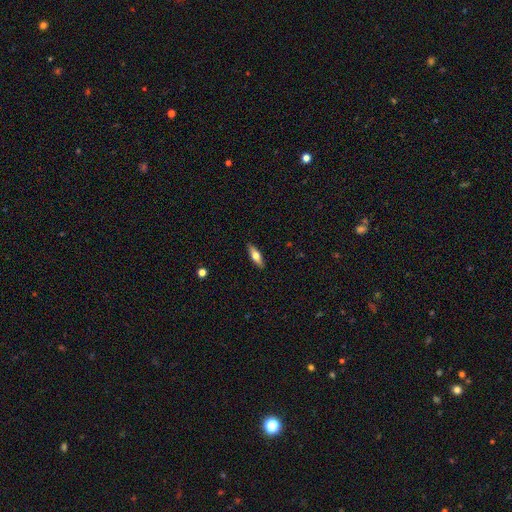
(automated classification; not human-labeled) smooth_or_featured: smooth (p=0.53) [alt: featured or disk p=0.41]
how_rounded: cigar-shaped (p=0.50) [alt: in between p=0.47]
merging: none (p=0.89) [alt: minor disturbance p=0.08]